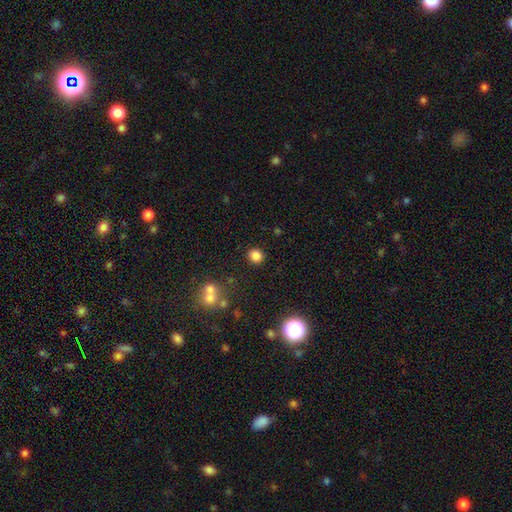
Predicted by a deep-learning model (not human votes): The model was most divided on "how rounded": round: 79%, in between: 20%, cigar-shaped: 1%. More confident: merging — none (88%); smooth or featured — smooth (82%).